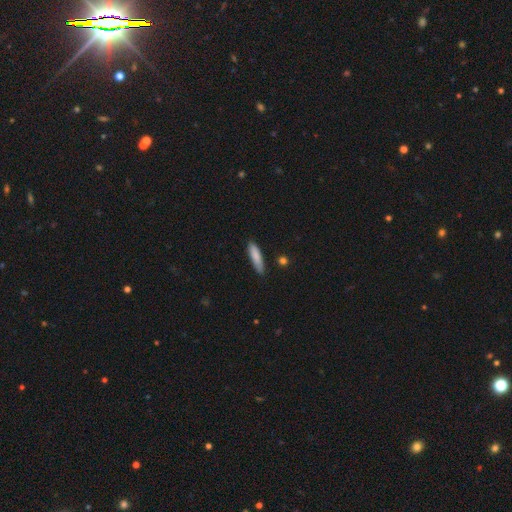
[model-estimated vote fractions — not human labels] This appears to be a smooth galaxy with no disk features (83%) that is cigar-shaped (73%). Merging: none (82%).